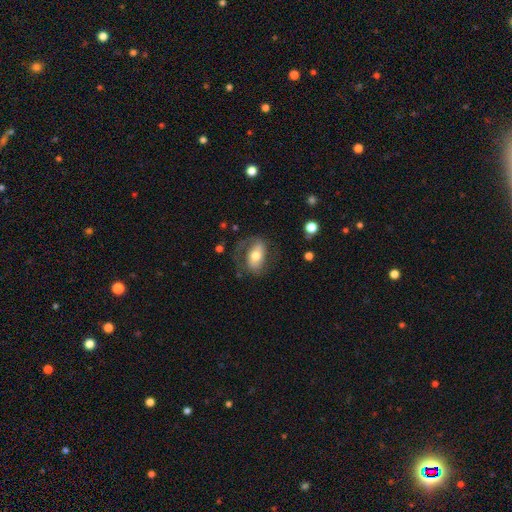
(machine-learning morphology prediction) Smooth or featured? Predicted: featured or disk (p=0.53). Edge-on disk? Predicted: no (p=0.93). Merging? Predicted: none (p=0.57).